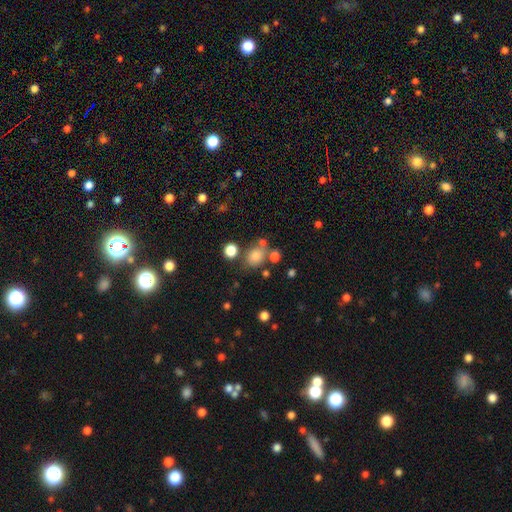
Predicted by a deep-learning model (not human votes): Smooth or featured? smooth (78%)
How rounded? round (58%)
Merging? none (63%)